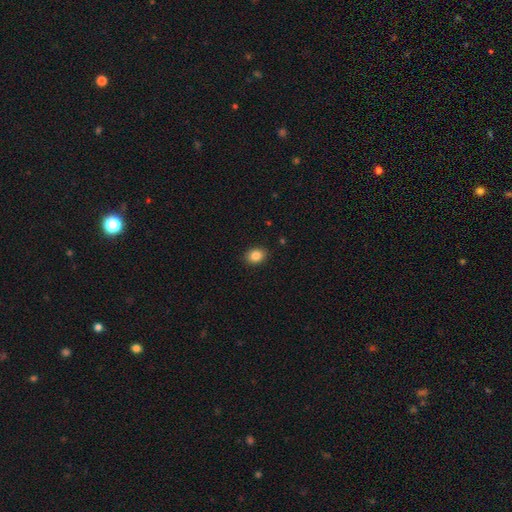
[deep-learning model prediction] Smooth or featured? Predicted: smooth (p=0.85). How rounded? Predicted: in between (p=0.61). Merging? Predicted: none (p=0.89).